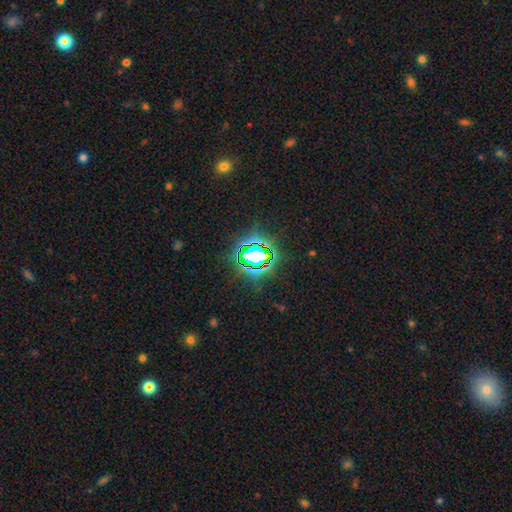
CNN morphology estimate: type=star or artifact (73%).